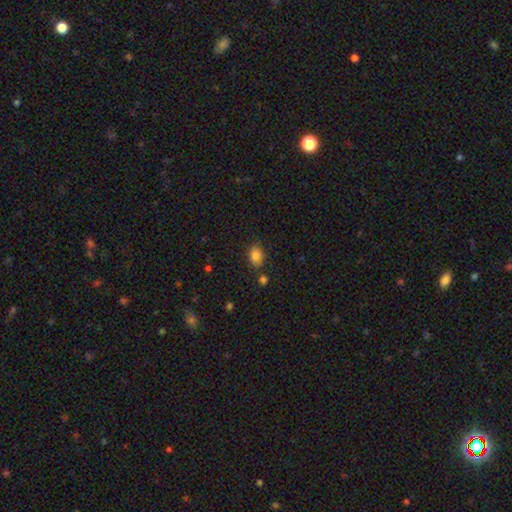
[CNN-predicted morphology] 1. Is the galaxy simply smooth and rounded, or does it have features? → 84% smooth, 10% star or artifact, 6% featured or disk.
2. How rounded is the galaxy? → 71% in between, 27% round, 1% cigar-shaped.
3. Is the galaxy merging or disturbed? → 77% none, 15% minor disturbance, 5% merger, 3% major disturbance.